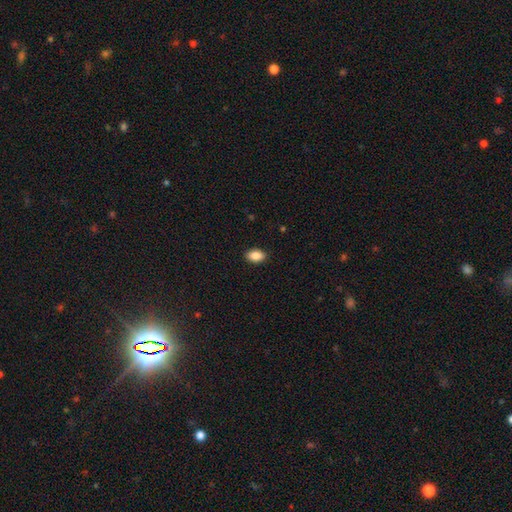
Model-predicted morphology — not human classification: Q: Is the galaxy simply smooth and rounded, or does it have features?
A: smooth — 88%.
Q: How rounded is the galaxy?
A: in between — 88%.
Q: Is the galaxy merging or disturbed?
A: none — 90%.